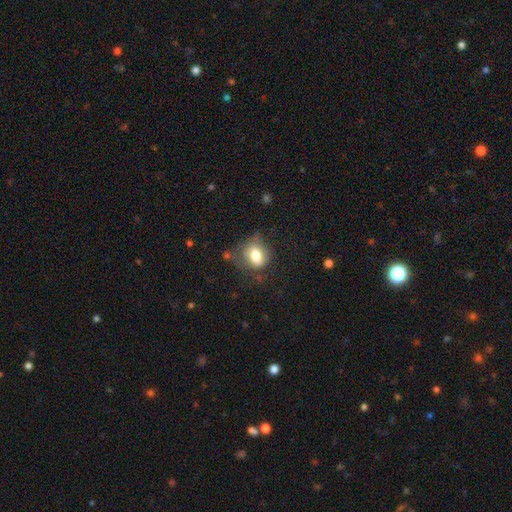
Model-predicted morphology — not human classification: Smooth or featured?
  - smooth: 74% *
  - featured or disk: 17%
  - star or artifact: 9%
How rounded?
  - in between: 52% *
  - round: 46%
  - cigar-shaped: 1%
Merging?
  - none: 44% *
  - minor disturbance: 32%
  - major disturbance: 19%
  - merger: 5%